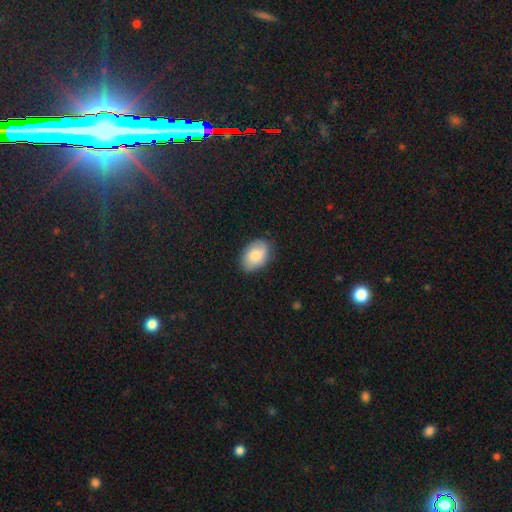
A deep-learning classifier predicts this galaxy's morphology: This appears to be a smooth galaxy with no disk features (80%) that is in between round and cigar-shaped (87%). Merging: none (83%).